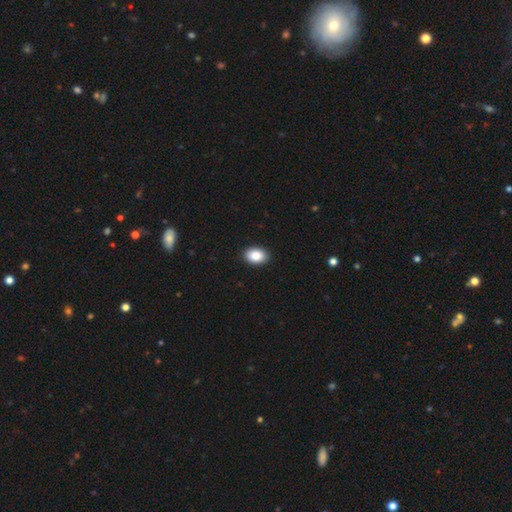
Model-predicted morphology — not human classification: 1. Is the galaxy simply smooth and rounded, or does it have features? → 89% smooth, 7% star or artifact, 4% featured or disk.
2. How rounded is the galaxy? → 84% in between, 15% round, 1% cigar-shaped.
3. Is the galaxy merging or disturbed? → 91% none, 7% minor disturbance, 2% major disturbance, 1% merger.